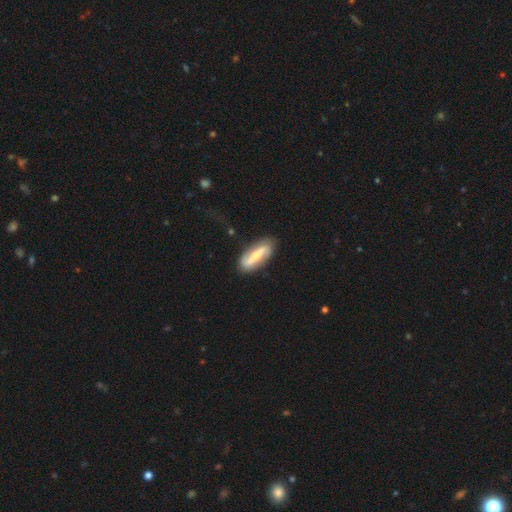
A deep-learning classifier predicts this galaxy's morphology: Smooth or featured? Predicted: featured or disk (p=0.70). Edge-on disk? Predicted: no (p=0.78). Bar? Predicted: strong (p=0.60). Spiral arms? Predicted: yes (p=0.78). Bulge size? Predicted: moderate (p=0.54). Merging? Predicted: none (p=0.82).